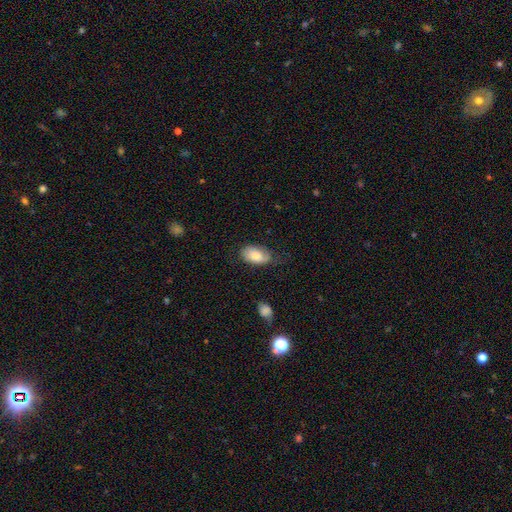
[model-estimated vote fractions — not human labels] smooth_or_featured: smooth (p=0.77) [alt: featured or disk p=0.16]
how_rounded: in between (p=0.93) [alt: round p=0.05]
merging: none (p=0.63) [alt: minor disturbance p=0.28]